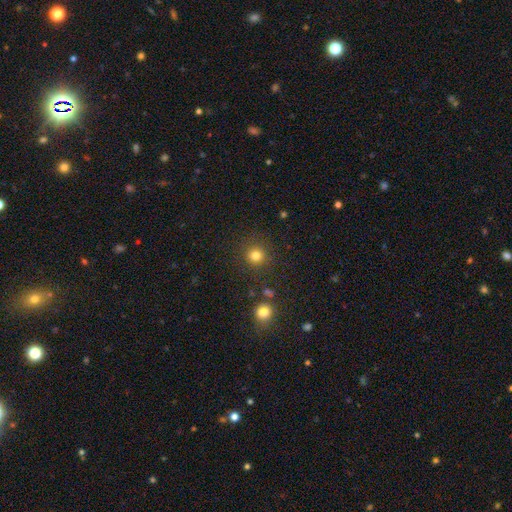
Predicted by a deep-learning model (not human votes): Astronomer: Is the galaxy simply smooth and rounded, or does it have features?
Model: smooth — 80%.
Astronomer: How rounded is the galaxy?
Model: round — 93%.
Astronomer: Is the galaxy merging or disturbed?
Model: none — 87%.